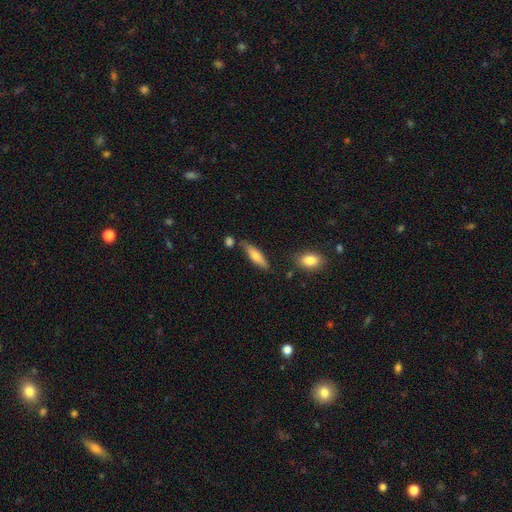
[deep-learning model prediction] Smooth or featured?
  - smooth: 66% *
  - featured or disk: 28%
  - star or artifact: 6%
How rounded?
  - cigar-shaped: 62% *
  - in between: 36%
  - round: 2%
Merging?
  - none: 72% *
  - minor disturbance: 16%
  - merger: 8%
  - major disturbance: 3%